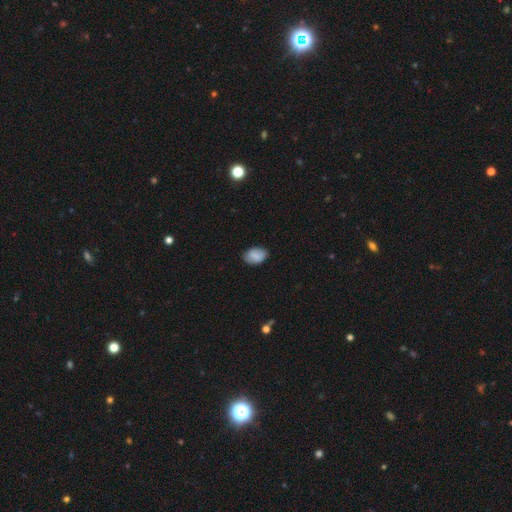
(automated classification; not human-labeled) Overall: smooth (80%). How rounded: in between (85%). Merging: none (80%).